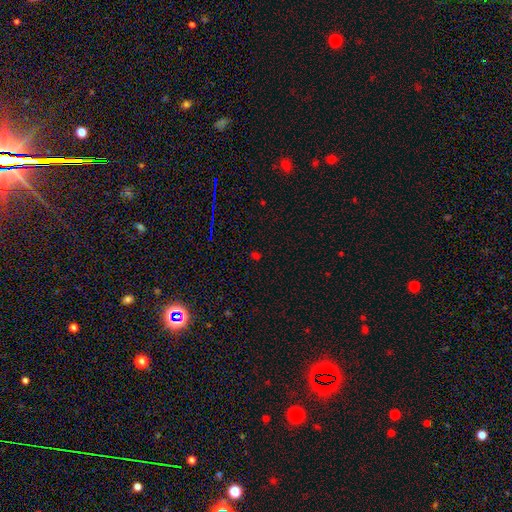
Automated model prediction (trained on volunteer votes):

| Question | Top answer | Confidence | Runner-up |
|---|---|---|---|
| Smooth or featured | star or artifact | 58% | smooth (34%) |